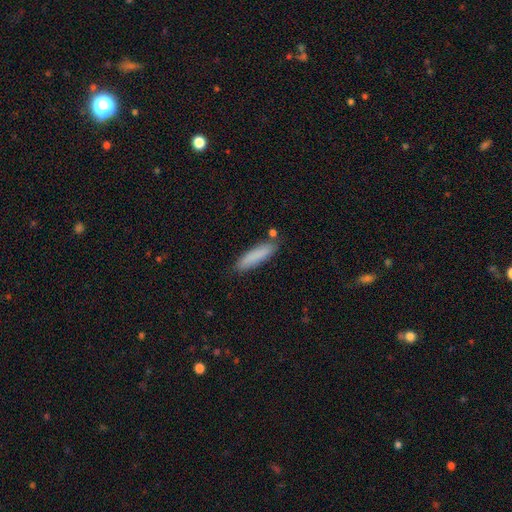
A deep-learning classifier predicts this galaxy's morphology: The model was most divided on "how rounded": cigar-shaped: 75%, in between: 23%, round: 1%. More confident: smooth or featured — smooth (84%); merging — none (79%).